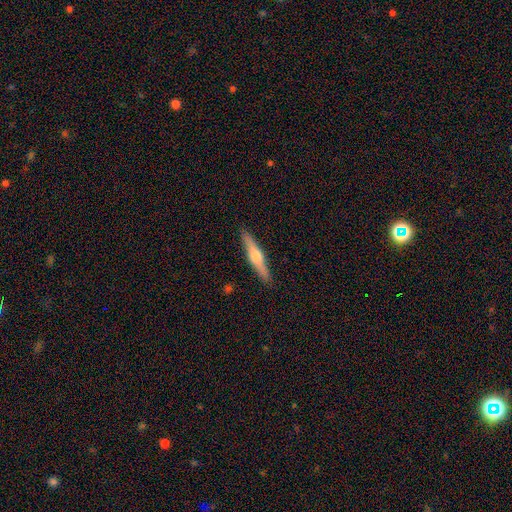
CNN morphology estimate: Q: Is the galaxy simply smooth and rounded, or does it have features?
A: featured or disk — 61%.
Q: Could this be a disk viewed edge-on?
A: yes — 97%.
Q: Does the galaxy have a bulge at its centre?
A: rounded — 87%.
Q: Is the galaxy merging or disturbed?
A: none — 91%.